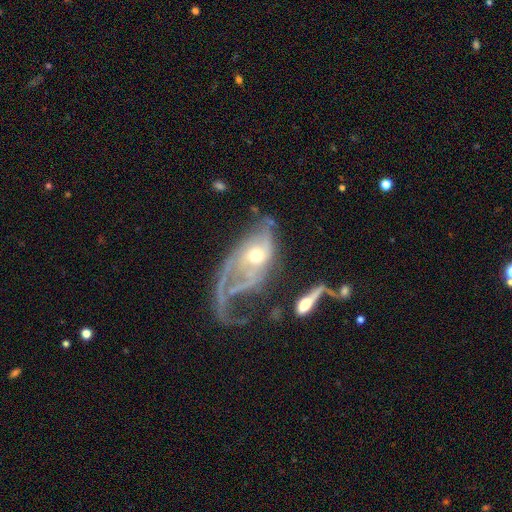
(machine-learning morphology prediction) Overall: featured or disk (72%). Edge-on disk: no (92%). Bar: no (74%). Spiral arms: yes (67%; no 33%). Bulge size: moderate (54%; small 38%). Merging: major disturbance (55%; none 18%).